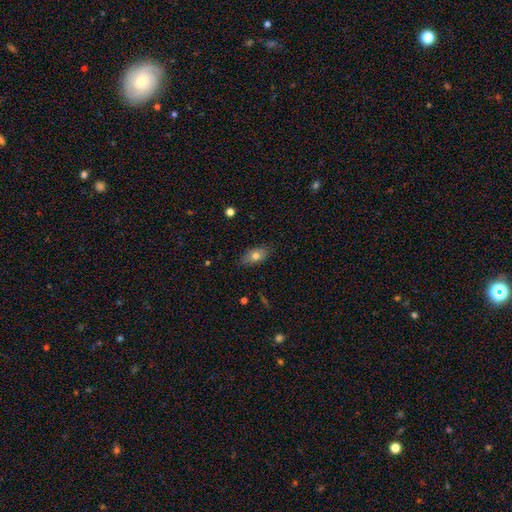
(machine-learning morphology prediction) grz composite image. It shows a smooth galaxy with no disk features (75%) that is in between round and cigar-shaped (87%). Merging: none (80%).